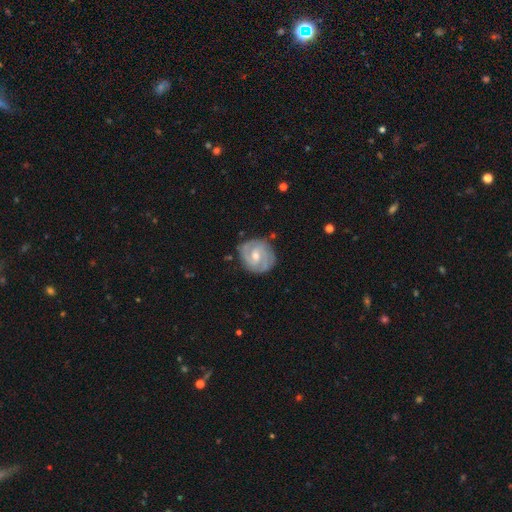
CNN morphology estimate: The model was most divided on "bar": weak: 52%, no: 34%, strong: 14%. More confident: edge-on disk — no (97%); spiral arms — yes (92%); merging — none (79%); smooth or featured — featured or disk (79%); bulge size — moderate (64%); spiral winding — tight (61%); spiral arm count — 2 (59%).